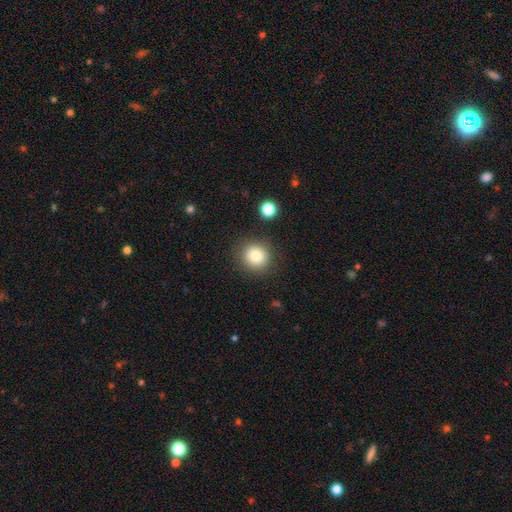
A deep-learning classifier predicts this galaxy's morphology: Q: Smooth or featured?
A: smooth (80%); runner-up: star or artifact (11%)
Q: How rounded?
A: round (91%); runner-up: in between (8%)
Q: Merging?
A: none (86%); runner-up: minor disturbance (8%)